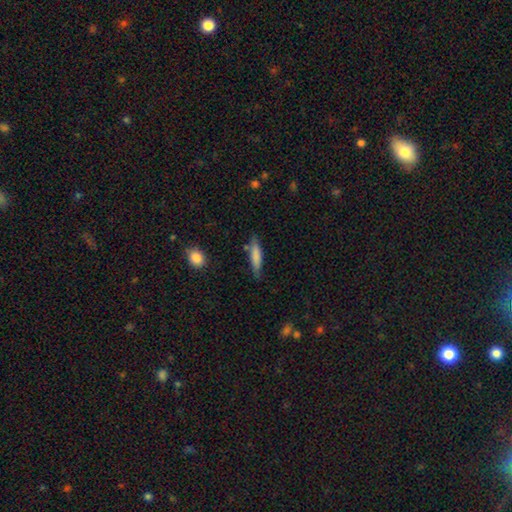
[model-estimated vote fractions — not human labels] smooth 79%, featured or disk 15%, star or artifact 6%. Down the decision tree: how rounded — cigar-shaped (79%); merging — none (78%).